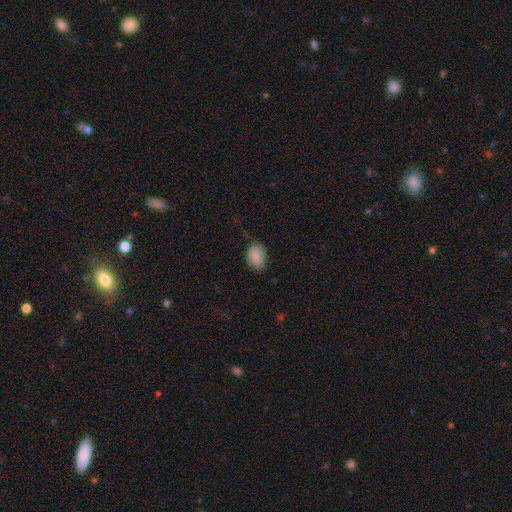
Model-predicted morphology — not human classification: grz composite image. It shows a smooth galaxy with no disk features (86%) that is in between round and cigar-shaped (77%). Merging: none (70%).